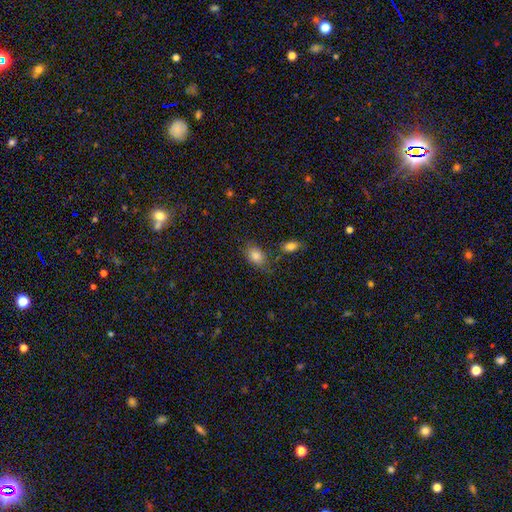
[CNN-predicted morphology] Smooth or featured: smooth — 81% (star or artifact — 10%)
How rounded: in between — 79% (round — 19%)
Merging: none — 69% (minor disturbance — 20%)